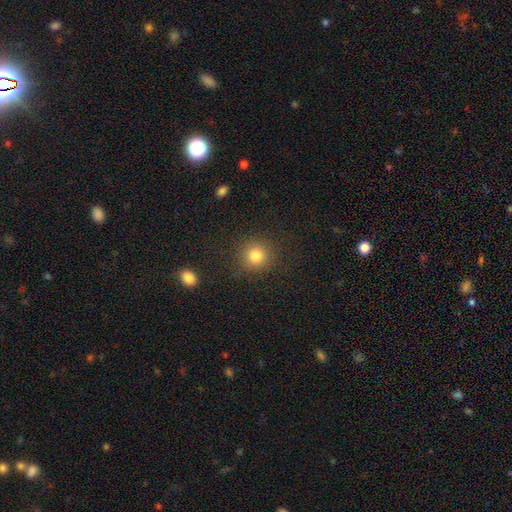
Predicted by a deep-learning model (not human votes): This appears to be a smooth galaxy with no disk features (82%) that is round (92%). Merging: none (89%).